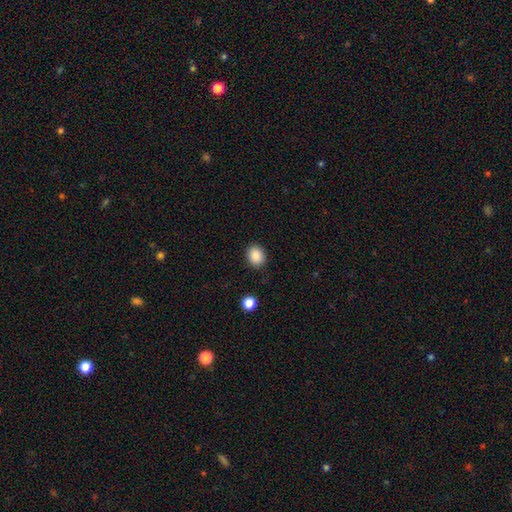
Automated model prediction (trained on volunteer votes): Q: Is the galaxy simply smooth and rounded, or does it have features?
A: smooth — 88%.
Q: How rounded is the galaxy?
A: round — 59%.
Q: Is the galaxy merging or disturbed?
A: none — 87%.